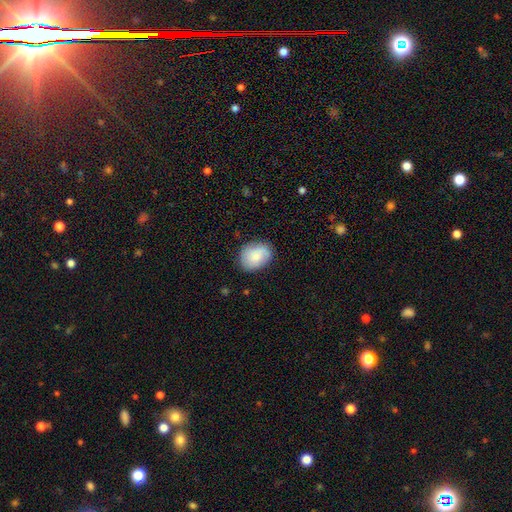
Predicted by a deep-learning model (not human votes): Smooth or featured: smooth — 75% (featured or disk — 18%)
How rounded: in between — 63% (round — 36%)
Merging: none — 77% (minor disturbance — 17%)